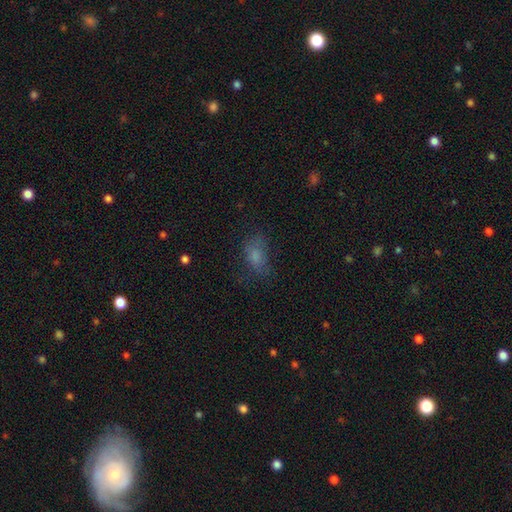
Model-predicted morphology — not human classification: This is likely a smooth galaxy (69%). How rounded: clearly in between (84%). Merging: possibly none (52%).